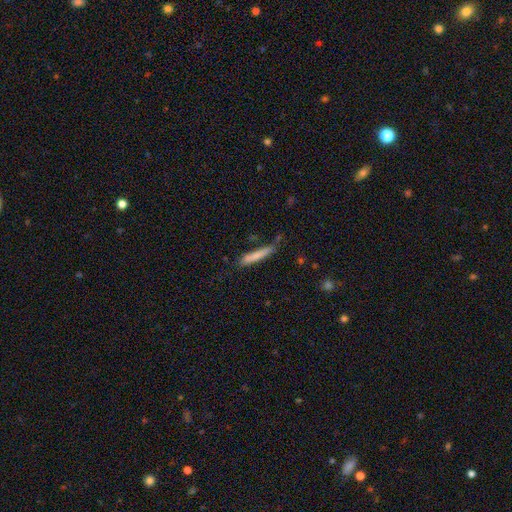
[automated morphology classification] Overall: smooth (76%). How rounded: cigar-shaped (95%). Merging: none (77%).